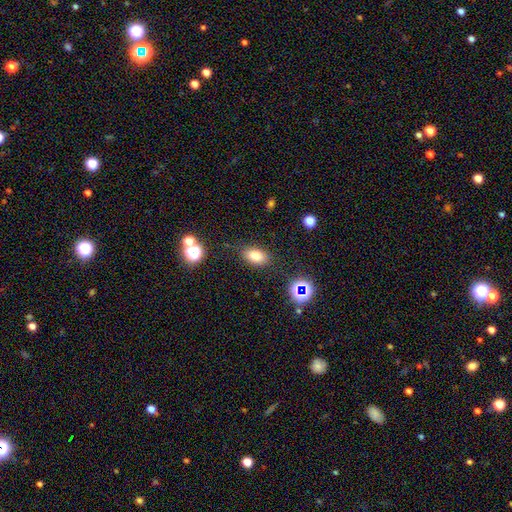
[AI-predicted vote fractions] Smooth or featured: smooth — 77% (star or artifact — 14%)
How rounded: in between — 87% (round — 10%)
Merging: none — 82% (minor disturbance — 12%)